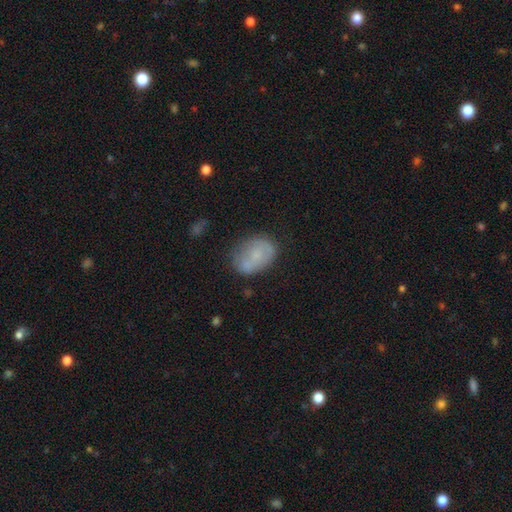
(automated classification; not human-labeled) Smooth or featured?
  - smooth: 63% *
  - featured or disk: 28%
  - star or artifact: 9%
How rounded?
  - in between: 74% *
  - round: 24%
  - cigar-shaped: 1%
Merging?
  - none: 61% *
  - minor disturbance: 25%
  - major disturbance: 9%
  - merger: 6%